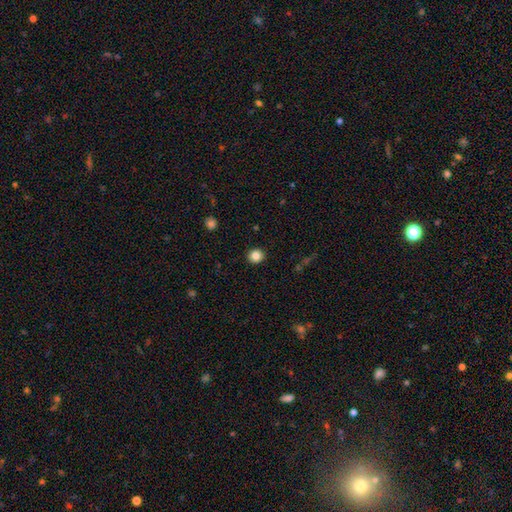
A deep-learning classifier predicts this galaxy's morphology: The model was most divided on "how rounded": round: 82%, in between: 17%, cigar-shaped: 1%. More confident: merging — none (91%); smooth or featured — smooth (84%).